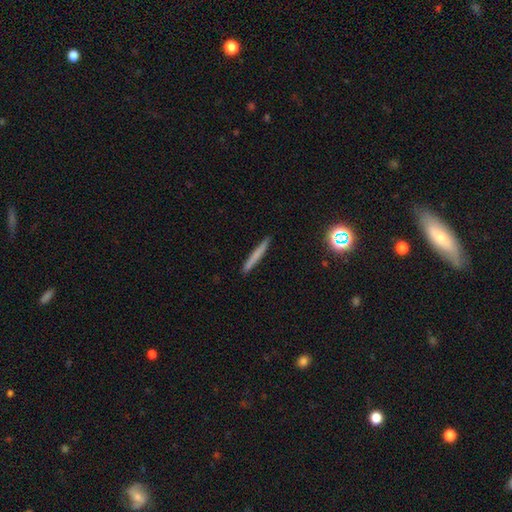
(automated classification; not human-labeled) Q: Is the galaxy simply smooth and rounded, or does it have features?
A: smooth — 64%.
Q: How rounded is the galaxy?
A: cigar-shaped — 96%.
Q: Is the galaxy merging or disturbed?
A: none — 91%.